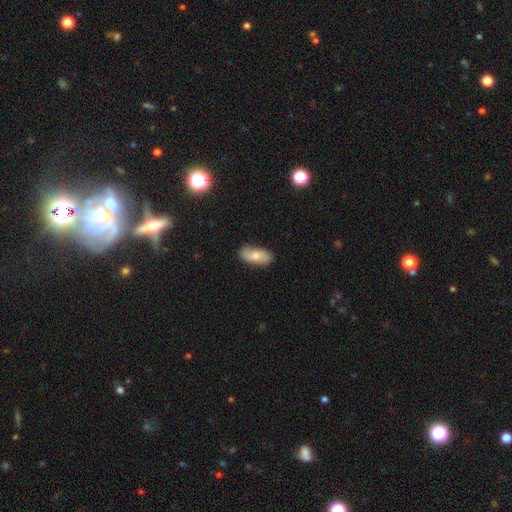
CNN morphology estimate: Smooth or featured? Predicted: smooth (p=0.63). How rounded? Predicted: in between (p=0.88). Merging? Predicted: none (p=0.80).